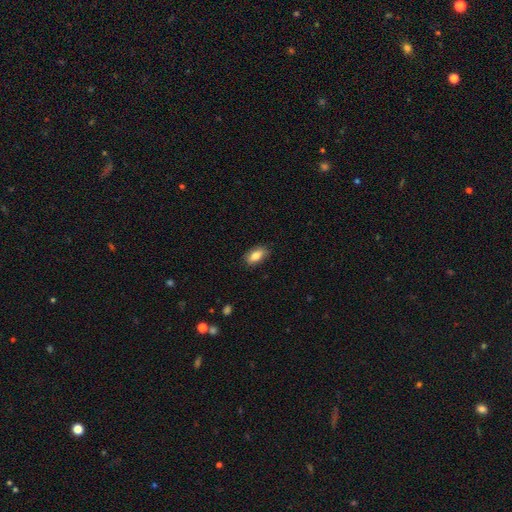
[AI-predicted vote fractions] A smooth galaxy with no disk features (81%) that is in between round and cigar-shaped (87%).

Vote fractions:
- Smooth or featured? smooth: 81% / featured or disk: 12% / star or artifact: 7%
- How rounded? in between: 87% / cigar-shaped: 8% / round: 5%
- Merging? none: 84% / minor disturbance: 13% / major disturbance: 2% / merger: 1%